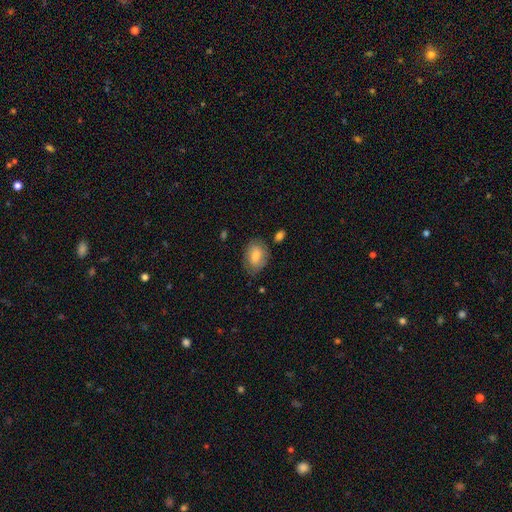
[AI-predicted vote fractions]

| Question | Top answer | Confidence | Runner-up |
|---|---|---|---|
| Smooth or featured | smooth | 78% | featured or disk (15%) |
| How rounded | in between | 81% | round (18%) |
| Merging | none | 73% | minor disturbance (19%) |